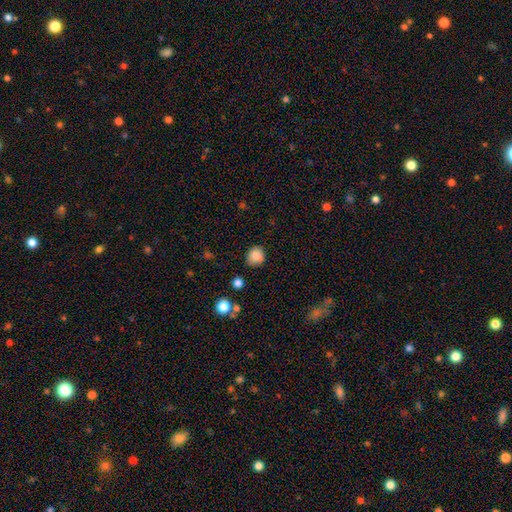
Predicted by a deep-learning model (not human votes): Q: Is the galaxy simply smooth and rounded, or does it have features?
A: smooth — 85%.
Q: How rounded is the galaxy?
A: round — 82%.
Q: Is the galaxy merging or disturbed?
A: none — 83%.